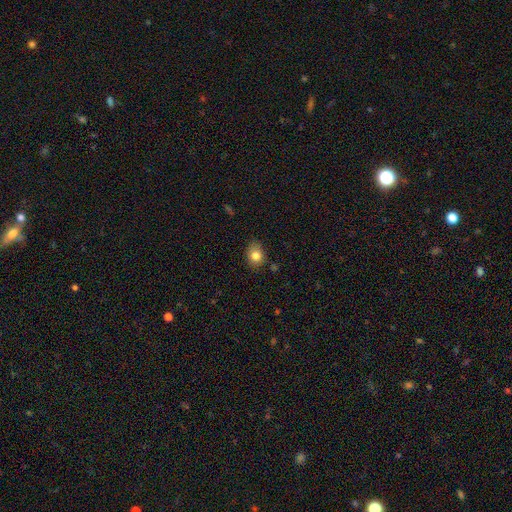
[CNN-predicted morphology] smooth-or-featured: smooth: 81% | star or artifact: 10% | featured or disk: 9%
  how-rounded: in between: 54% | round: 45% | cigar-shaped: 1%
  merging: none: 76% | minor disturbance: 18% | major disturbance: 3% | merger: 2%